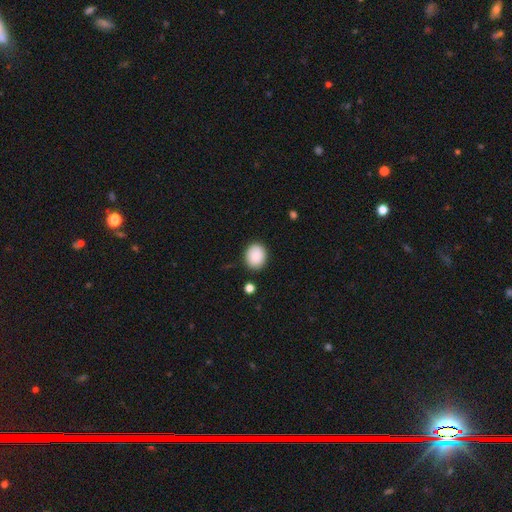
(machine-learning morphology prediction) This appears to be a smooth galaxy with no disk features (89%) that is round (56%). Merging: none (87%).